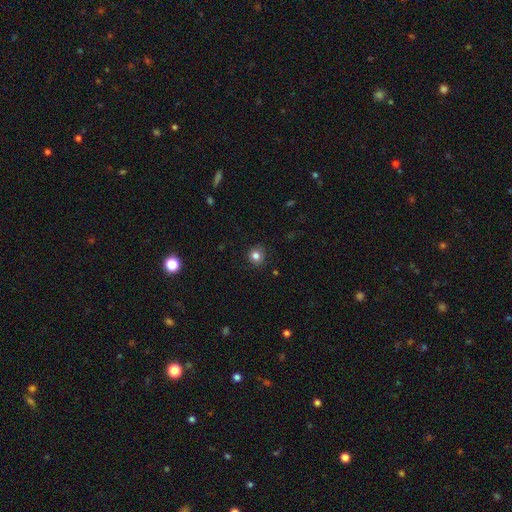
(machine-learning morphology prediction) This is clearly a smooth galaxy (81%). How rounded: clearly round (91%). Merging: clearly none (89%).